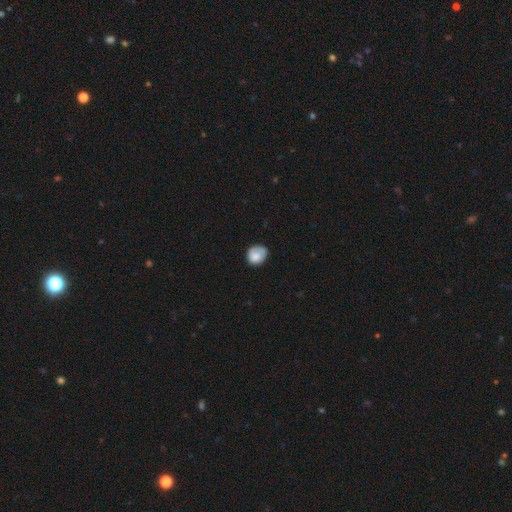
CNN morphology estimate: Smooth or featured?
  - smooth: 81% *
  - featured or disk: 12%
  - star or artifact: 8%
How rounded?
  - round: 70% *
  - in between: 29%
  - cigar-shaped: 1%
Merging?
  - none: 65% *
  - minor disturbance: 26%
  - major disturbance: 7%
  - merger: 2%